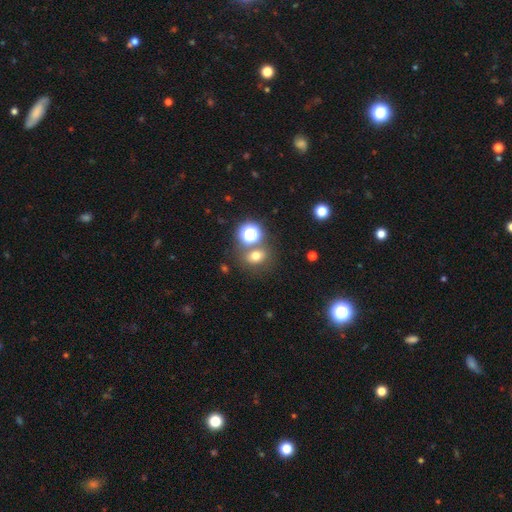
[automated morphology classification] Smooth or featured?
  - smooth: 66% *
  - star or artifact: 23%
  - featured or disk: 11%
How rounded?
  - round: 57% *
  - in between: 42%
  - cigar-shaped: 1%
Merging?
  - none: 66% *
  - merger: 18%
  - minor disturbance: 11%
  - major disturbance: 5%